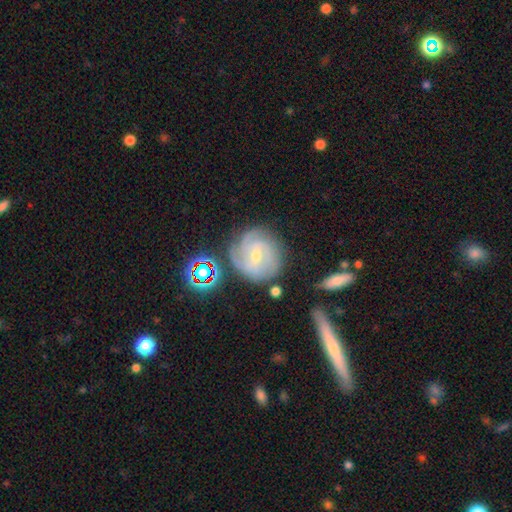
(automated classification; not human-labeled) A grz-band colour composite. It shows a featured or disk galaxy (79%) with a weak bar (46%), 3 (36%) tight (64%) spiral arms (95%) and a small central bulge (55%). Merging: none (70%).